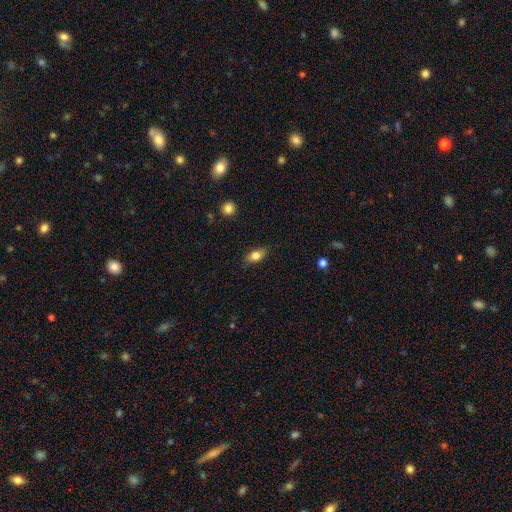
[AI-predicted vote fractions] Smooth or featured? smooth (79%)
How rounded? in between (84%)
Merging? none (80%)